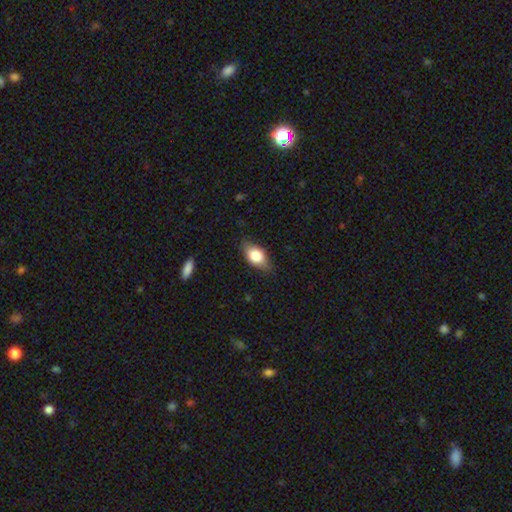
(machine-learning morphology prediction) The model was most divided on "merging": none: 78%, minor disturbance: 17%, major disturbance: 3%, merger: 1%. More confident: how rounded — in between (86%); smooth or featured — smooth (77%).